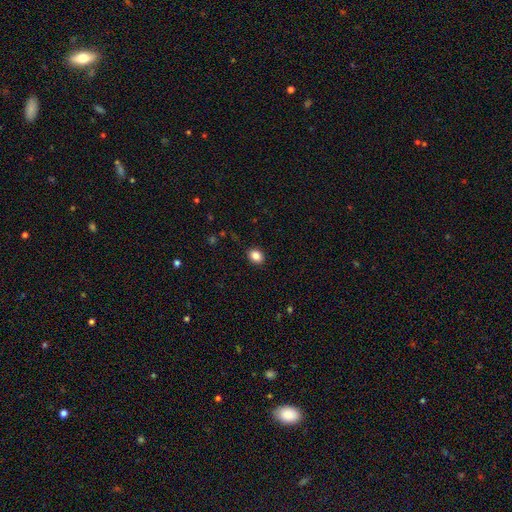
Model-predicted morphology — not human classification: smooth-or-featured: smooth: 86% | star or artifact: 10% | featured or disk: 5%
  how-rounded: in between: 57% | round: 42% | cigar-shaped: 1%
  merging: none: 88% | minor disturbance: 9% | major disturbance: 2% | merger: 1%